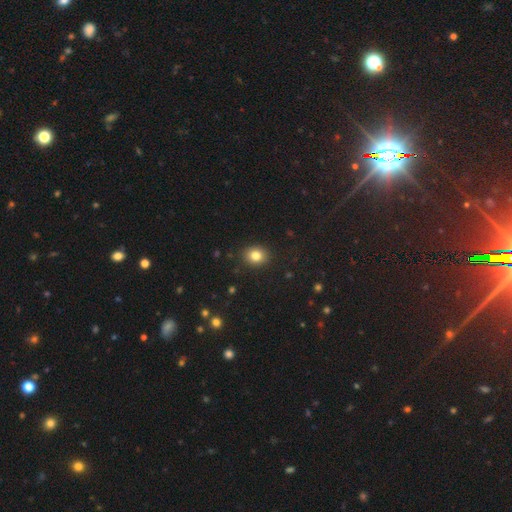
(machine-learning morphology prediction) Q: Smooth or featured?
A: smooth (83%); runner-up: star or artifact (11%)
Q: How rounded?
A: round (64%); runner-up: in between (36%)
Q: Merging?
A: none (89%); runner-up: minor disturbance (8%)